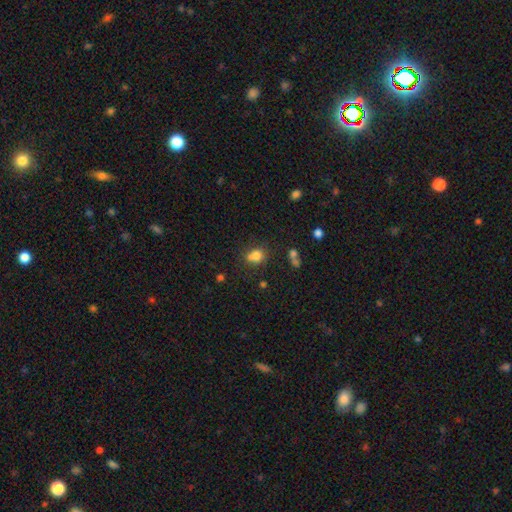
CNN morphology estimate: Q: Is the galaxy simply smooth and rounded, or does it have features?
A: smooth — 77%.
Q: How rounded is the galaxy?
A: round — 53%.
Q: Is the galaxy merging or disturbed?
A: none — 50%.